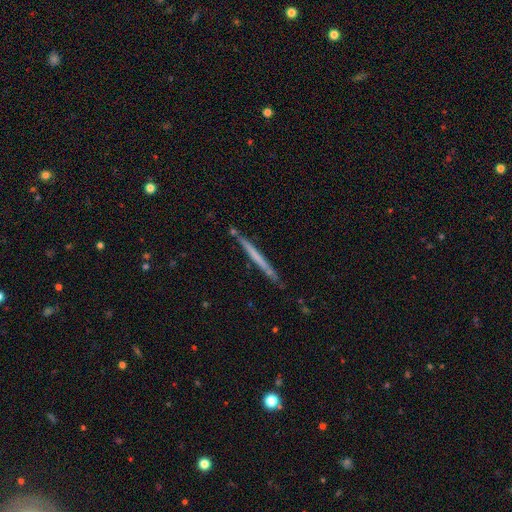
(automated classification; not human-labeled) A smooth galaxy with no disk features (48%). Merging: none (83%).